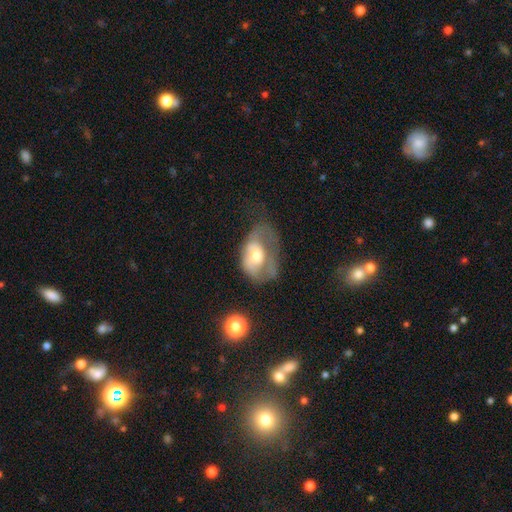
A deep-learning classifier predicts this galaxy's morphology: Smooth or featured? Predicted: featured or disk (p=0.48). Merging? Predicted: major disturbance (p=0.51).